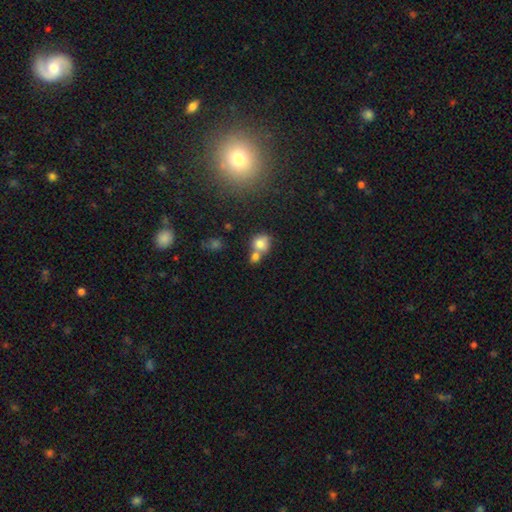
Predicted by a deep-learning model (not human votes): This appears to be a smooth galaxy with no disk features (50%). Merging: none (73%).